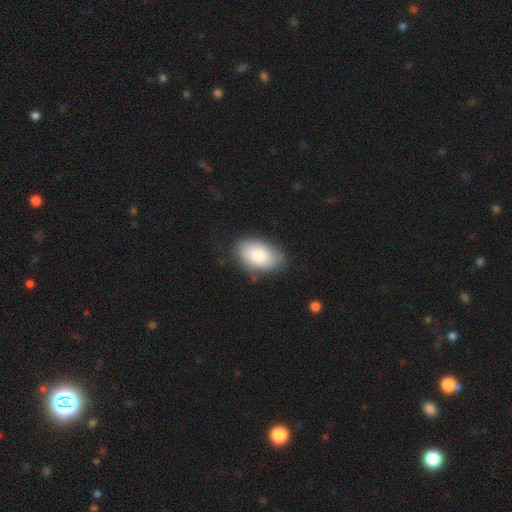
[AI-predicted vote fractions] smooth-or-featured: smooth: 79% | featured or disk: 15% | star or artifact: 6%
  how-rounded: in between: 93% | round: 6% | cigar-shaped: 1%
  merging: none: 75% | minor disturbance: 19% | major disturbance: 4% | merger: 2%